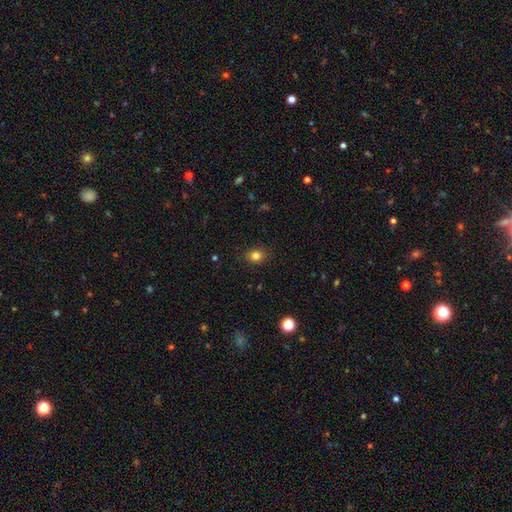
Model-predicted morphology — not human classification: Smooth or featured? smooth (82%)
How rounded? round (60%)
Merging? none (87%)